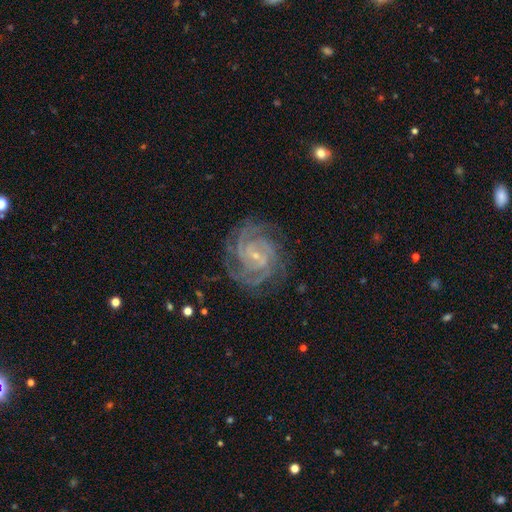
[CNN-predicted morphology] smooth-or-featured: featured or disk: 91% | star or artifact: 5% | smooth: 4%
  disk-edge-on: no: 98% | yes: 2%
    bar: weak: 42% | no: 40% | strong: 17%
    has-spiral-arms: yes: 99% | no: 1%
      spiral-winding: tight: 71% | medium: 26% | loose: 3%
      spiral-arm-count: 3: 26% | 4: 23% | 2: 21% | can't tell: 14% | more than 4: 9% | 1: 7%
    bulge-size: small: 83% | moderate: 12% | none: 3% | large: 1% | dominant: 1%
  merging: none: 79% | minor disturbance: 15% | major disturbance: 5% | merger: 1%